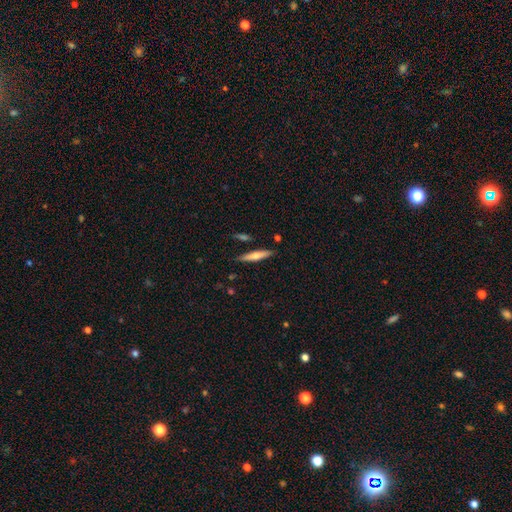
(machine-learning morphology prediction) This appears to be a smooth galaxy with no disk features (56%) that is cigar-shaped (87%). Merging: none (84%).